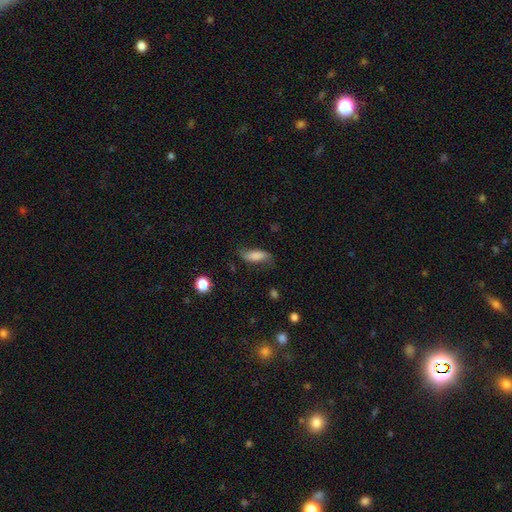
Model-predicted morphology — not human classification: Q: Smooth or featured?
A: smooth (67%); runner-up: featured or disk (24%)
Q: How rounded?
A: in between (70%); runner-up: cigar-shaped (27%)
Q: Merging?
A: none (63%); runner-up: minor disturbance (25%)